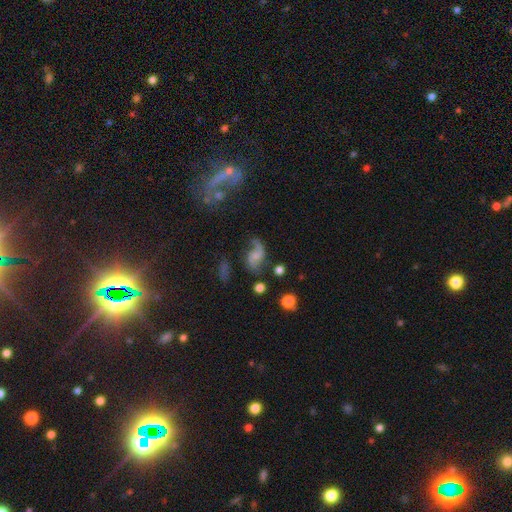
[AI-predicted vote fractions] This is likely a featured or disk galaxy (69%). It is clearly not viewed edge-on (97%). Bar: likely no (62%). Spiral arm pattern: clearly yes (91%). Spiral arm count: likely 2 (75%). Spiral winding: likely loose (71%). Central bulge: marginally small (38%). Merging: possibly none (47%).